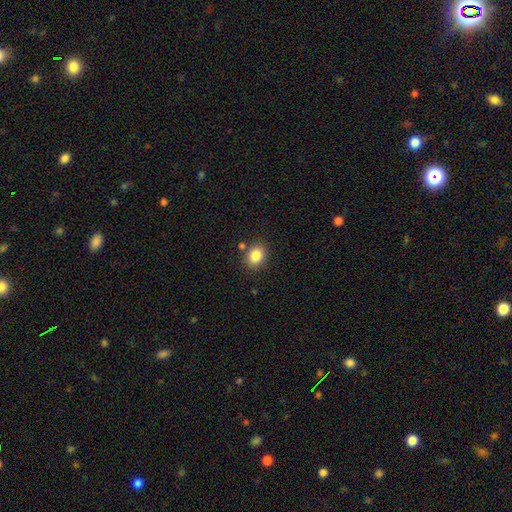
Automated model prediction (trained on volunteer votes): Q: Smooth or featured?
A: smooth (84%); runner-up: star or artifact (10%)
Q: How rounded?
A: in between (51%); runner-up: round (48%)
Q: Merging?
A: none (82%); runner-up: minor disturbance (10%)